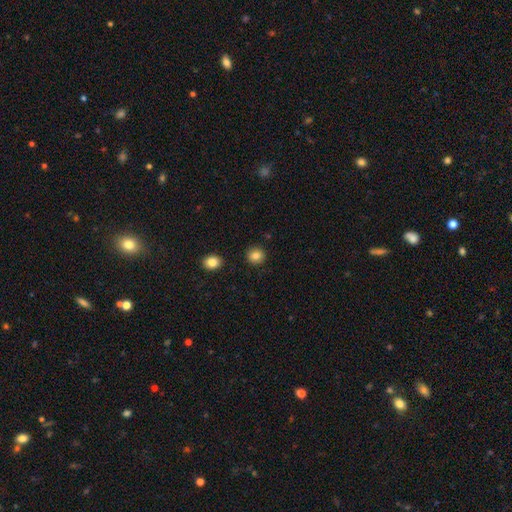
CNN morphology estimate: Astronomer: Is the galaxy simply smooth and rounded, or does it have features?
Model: smooth — 84%.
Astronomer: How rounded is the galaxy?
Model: round — 91%.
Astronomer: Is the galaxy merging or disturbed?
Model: none — 91%.